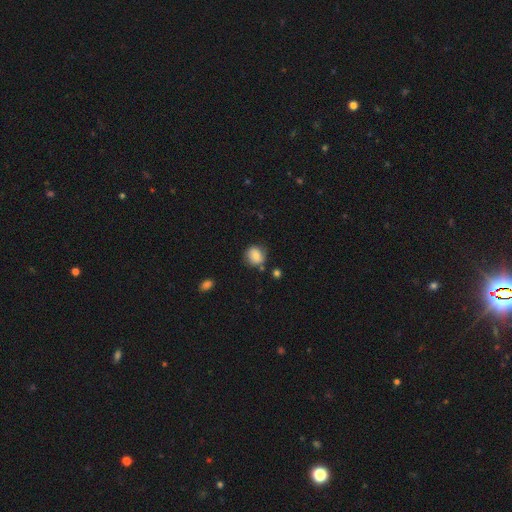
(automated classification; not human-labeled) Morphology: type=smooth (71%); roundness=round (84%); merging=none (74%).